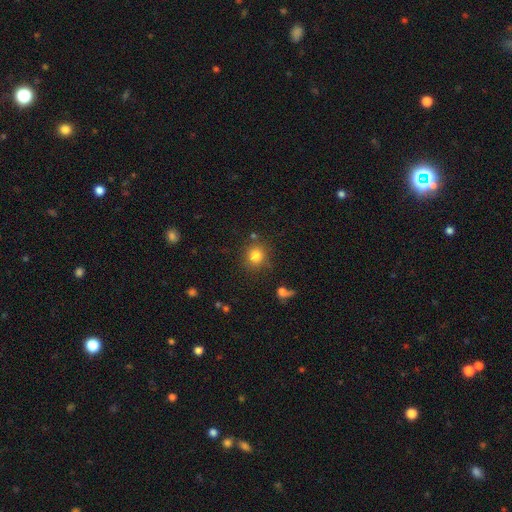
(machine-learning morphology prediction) smooth-or-featured: smooth: 81% | star or artifact: 13% | featured or disk: 7%
  how-rounded: round: 88% | in between: 11% | cigar-shaped: 1%
  merging: none: 82% | minor disturbance: 9% | merger: 5% | major disturbance: 4%